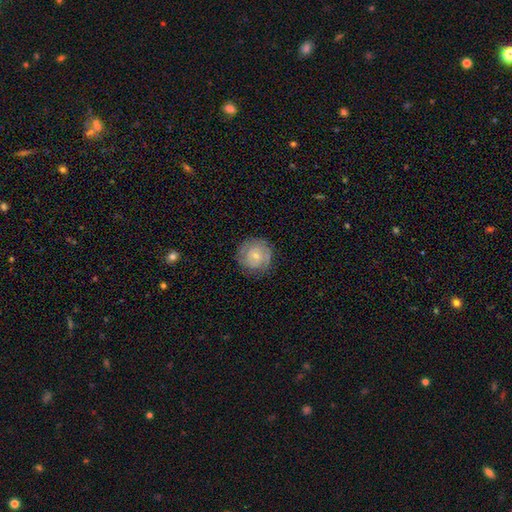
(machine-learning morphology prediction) Q: Smooth or featured?
A: featured or disk (50%); runner-up: smooth (43%)
Q: Merging?
A: none (79%); runner-up: minor disturbance (15%)